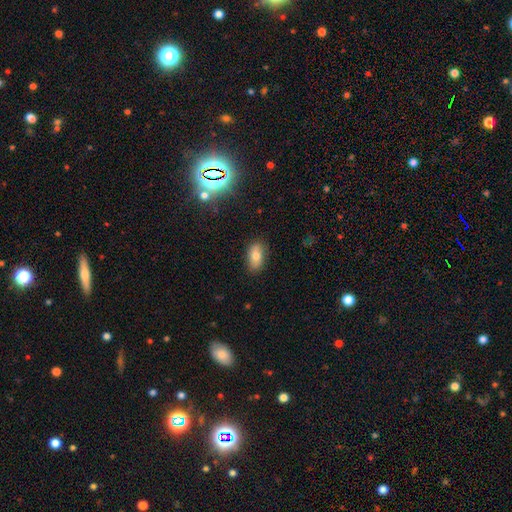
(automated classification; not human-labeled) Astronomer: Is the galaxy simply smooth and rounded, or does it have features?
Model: smooth — 74%.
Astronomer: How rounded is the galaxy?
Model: in between — 90%.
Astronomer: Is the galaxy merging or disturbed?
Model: none — 83%.